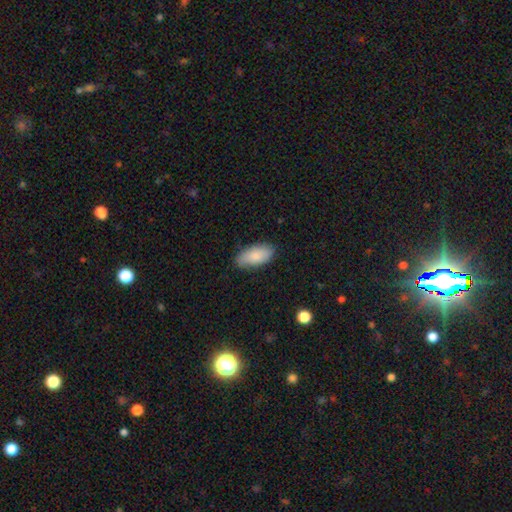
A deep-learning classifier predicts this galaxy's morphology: This appears to be a smooth galaxy with no disk features (85%) that is in between round and cigar-shaped (91%). Merging: none (81%).